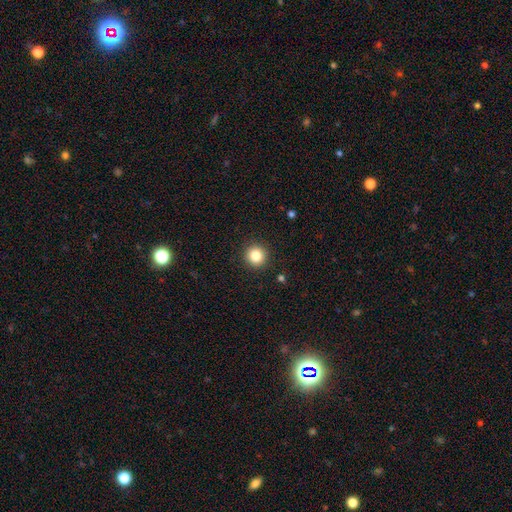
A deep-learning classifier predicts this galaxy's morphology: This appears to be a smooth galaxy with no disk features (84%) that is round (95%). Merging: none (92%).